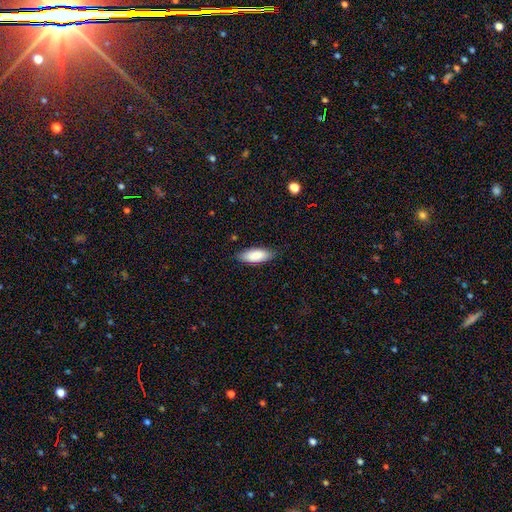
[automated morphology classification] Overall: smooth (87%). How rounded: in between (81%). Merging: none (82%).